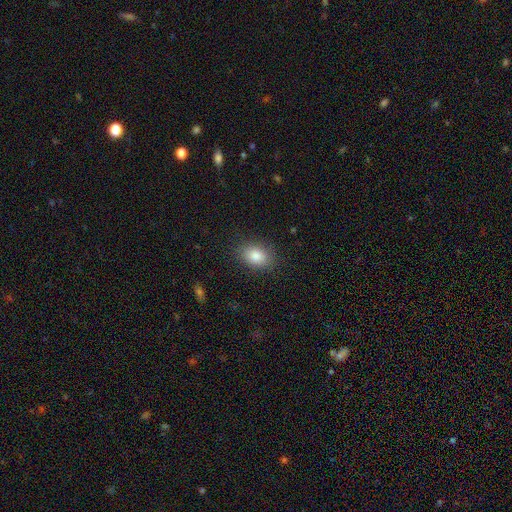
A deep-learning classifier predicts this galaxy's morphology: smooth_or_featured: smooth (p=0.84) [alt: star or artifact p=0.09]
how_rounded: in between (p=0.78) [alt: round p=0.20]
merging: none (p=0.86) [alt: minor disturbance p=0.10]